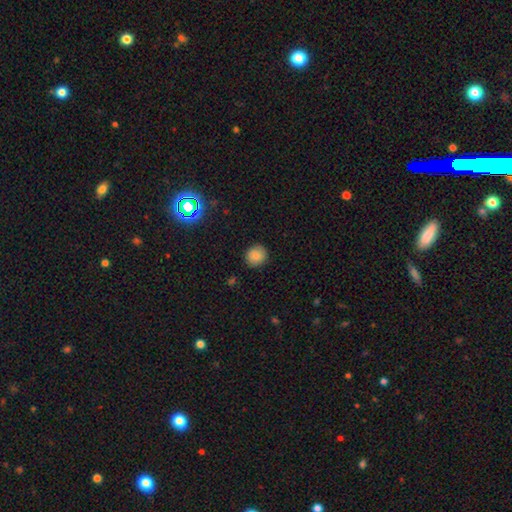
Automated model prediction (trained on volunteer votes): Overall: smooth (86%). How rounded: round (87%). Merging: none (89%).